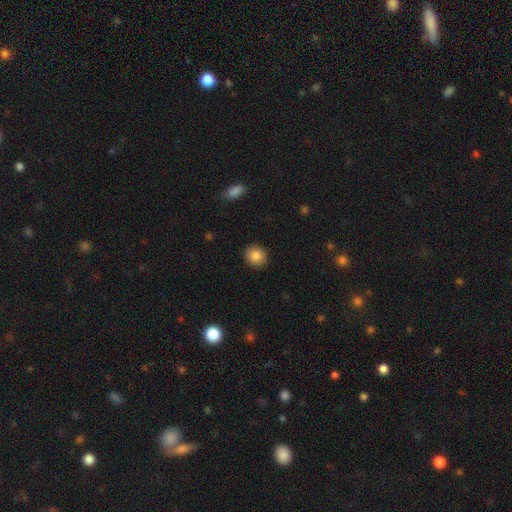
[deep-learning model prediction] smooth 85%, star or artifact 9%, featured or disk 6%. Down the decision tree: how rounded — round (86%); merging — none (91%).